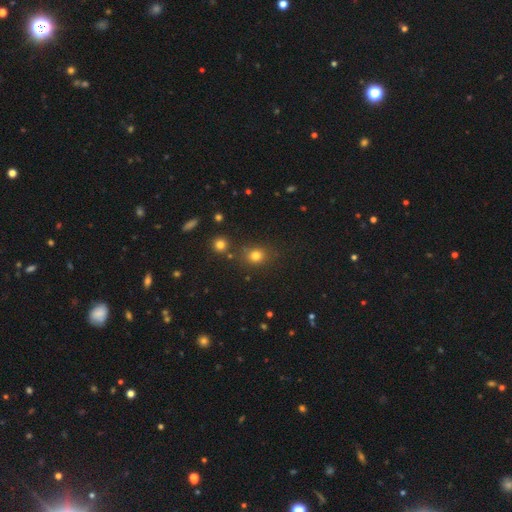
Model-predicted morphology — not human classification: A smooth galaxy with no disk features (77%) that is round (78%). Merging: none (79%).